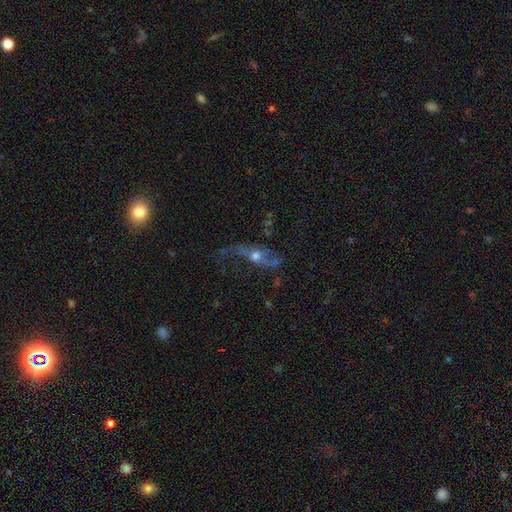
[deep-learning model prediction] A featured or disk galaxy (71%) with no bar (72%), spiral arms (76%) and a moderate central bulge (64%).

Vote fractions:
- Smooth or featured? featured or disk: 71% / smooth: 17% / star or artifact: 12%
- Edge-on disk? no: 75% / yes: 25%
- Bar? no: 72% / weak: 19% / strong: 9%
- Spiral arms? yes: 76% / no: 24%
- Bulge size? moderate: 64% / small: 25% / large: 8% / none: 2% / dominant: 2%
- Merging? none: 46% / major disturbance: 28% / minor disturbance: 21% / merger: 4%